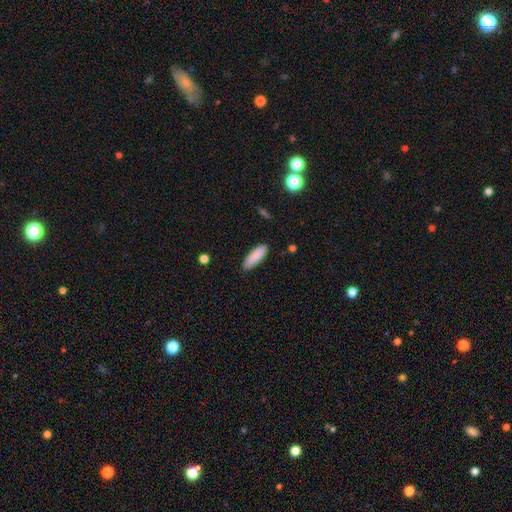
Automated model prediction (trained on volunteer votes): The model was most divided on "how rounded": in between: 54%, cigar-shaped: 44%, round: 1%. More confident: smooth or featured — smooth (88%); merging — none (86%).